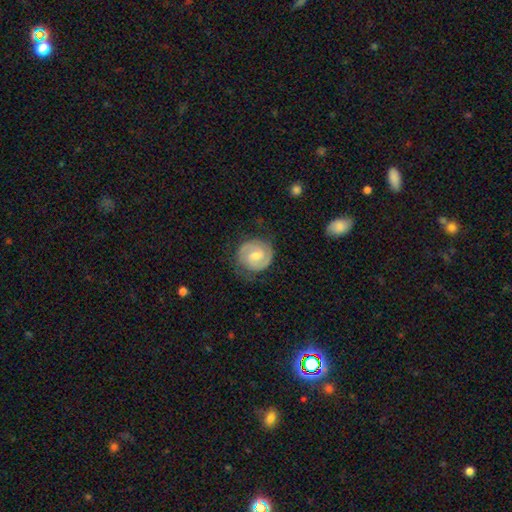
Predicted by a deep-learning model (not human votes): Q: Smooth or featured?
A: featured or disk (80%); runner-up: smooth (15%)
Q: Edge-on disk?
A: no (98%); runner-up: yes (2%)
Q: Bar?
A: weak (54%); runner-up: no (29%)
Q: Spiral arms?
A: yes (95%); runner-up: no (5%)
Q: Spiral winding?
A: tight (57%); runner-up: medium (35%)
Q: Spiral arm count?
A: 2 (87%); runner-up: can't tell (7%)
Q: Bulge size?
A: moderate (59%); runner-up: small (32%)
Q: Merging?
A: none (77%); runner-up: minor disturbance (16%)